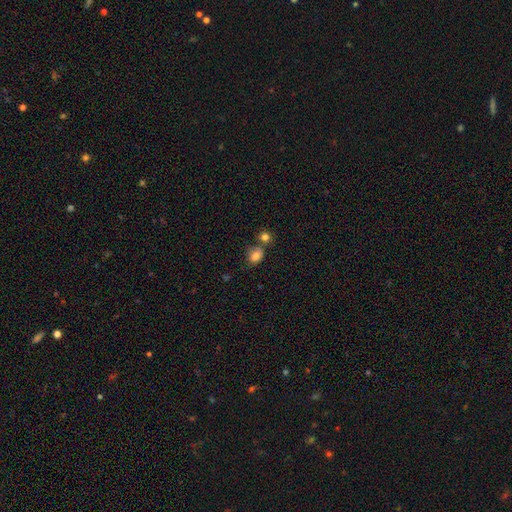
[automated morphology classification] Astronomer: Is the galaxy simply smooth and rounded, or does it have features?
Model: smooth — 82%.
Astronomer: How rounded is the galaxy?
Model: in between — 53% (runner-up: round, 46%).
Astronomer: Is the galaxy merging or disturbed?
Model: none — 56%.